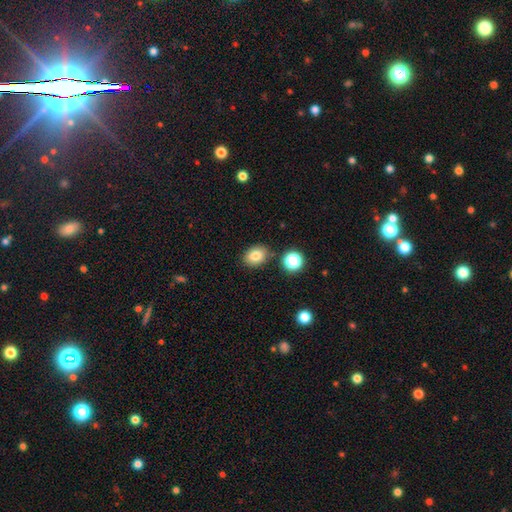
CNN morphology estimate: smooth_or_featured: smooth (p=0.81) [alt: star or artifact p=0.11]
how_rounded: in between (p=0.62) [alt: round p=0.37]
merging: none (p=0.83) [alt: minor disturbance p=0.10]